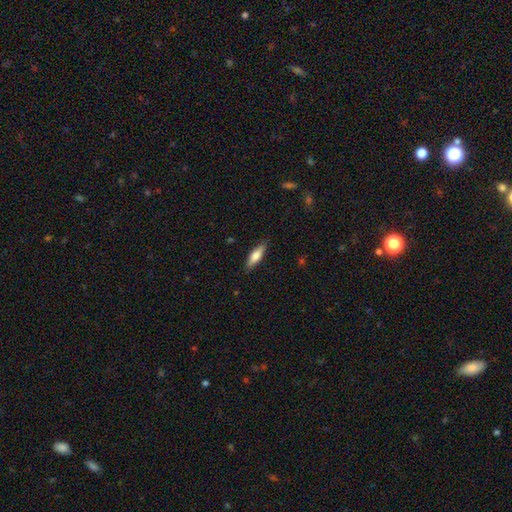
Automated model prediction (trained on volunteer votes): Smooth or featured? Predicted: smooth (p=0.74). How rounded? Predicted: cigar-shaped (p=0.56). Merging? Predicted: none (p=0.87).